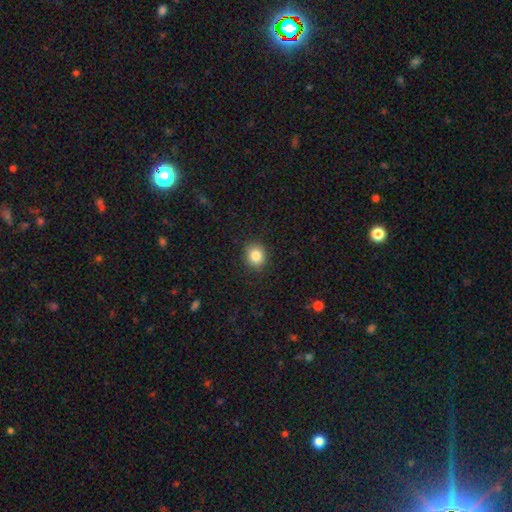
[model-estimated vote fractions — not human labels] Smooth or featured? smooth (85%)
How rounded? round (73%)
Merging? none (90%)